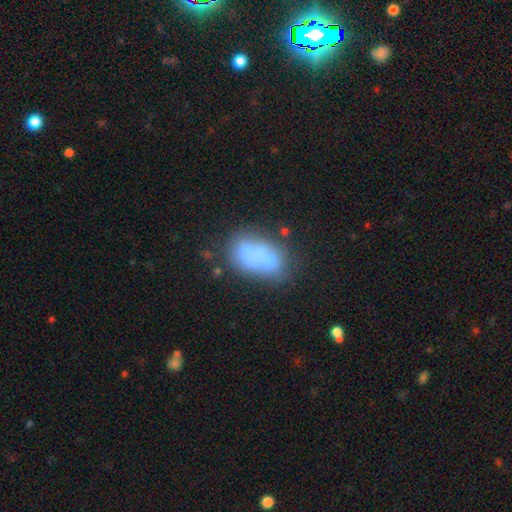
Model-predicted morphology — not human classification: Q: Smooth or featured?
A: smooth (59%); runner-up: featured or disk (29%)
Q: How rounded?
A: in between (80%); runner-up: round (18%)
Q: Merging?
A: merger (36%); runner-up: none (34%)